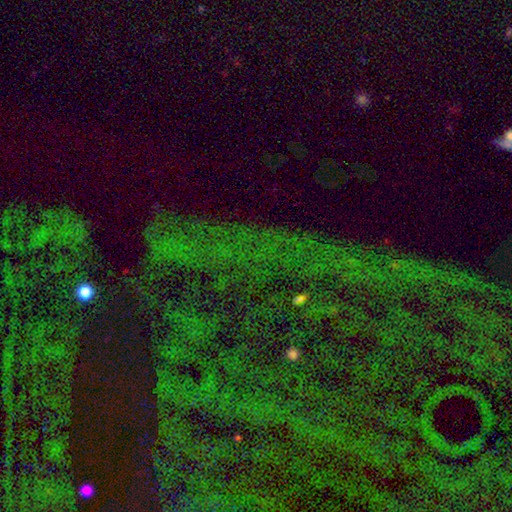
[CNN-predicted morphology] The model was most divided on "smooth or featured": star or artifact: 80%, featured or disk: 10%, smooth: 9%.